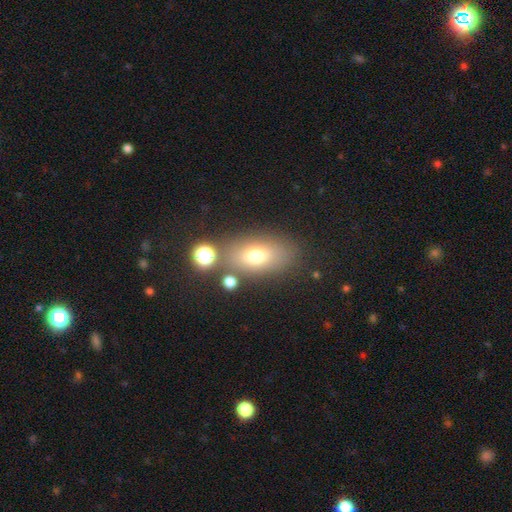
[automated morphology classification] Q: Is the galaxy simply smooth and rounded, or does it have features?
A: smooth — 70%.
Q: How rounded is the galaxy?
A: in between — 82%.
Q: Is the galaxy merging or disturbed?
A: none — 74%.